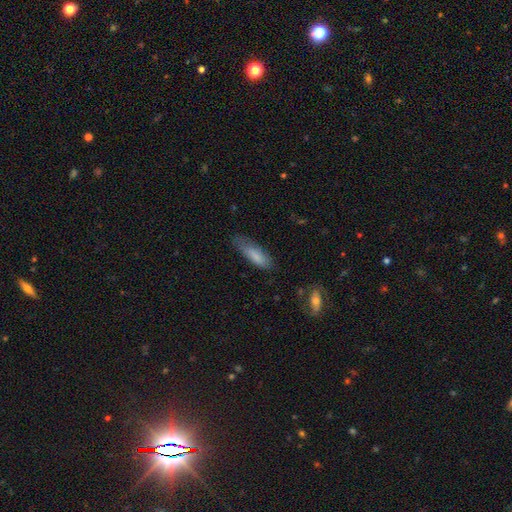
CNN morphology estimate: Smooth or featured? smooth (82%)
How rounded? cigar-shaped (50%)
Merging? none (59%)